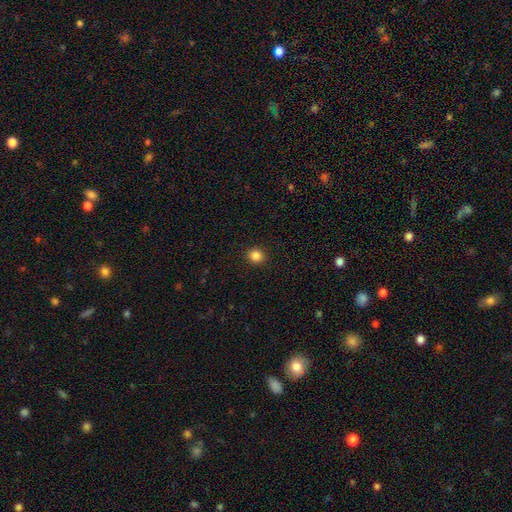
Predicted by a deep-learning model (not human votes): Overall: smooth (85%). How rounded: round (89%). Merging: none (93%).